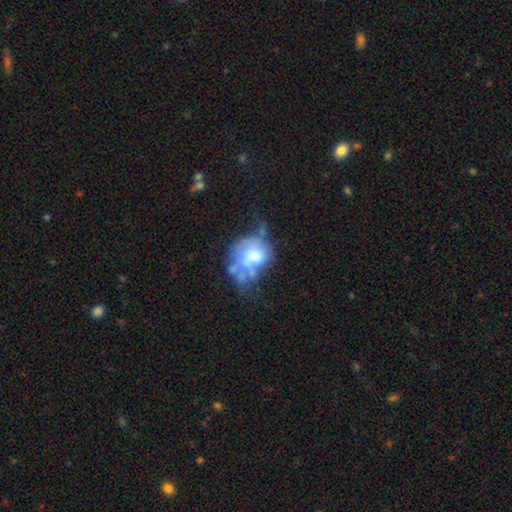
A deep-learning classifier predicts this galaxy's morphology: type=featured or disk (52%); edge-on=no (98%); bar=no (84%); spiral arms=no (83%); bulge=moderate (39%); merging=major disturbance (32%).